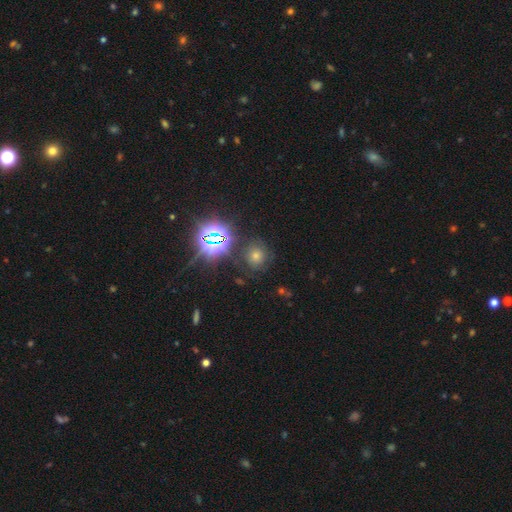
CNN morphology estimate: A star or artifact, not a galaxy (52%).

Vote fractions:
- Smooth or featured? star or artifact: 52% / smooth: 33% / featured or disk: 15%